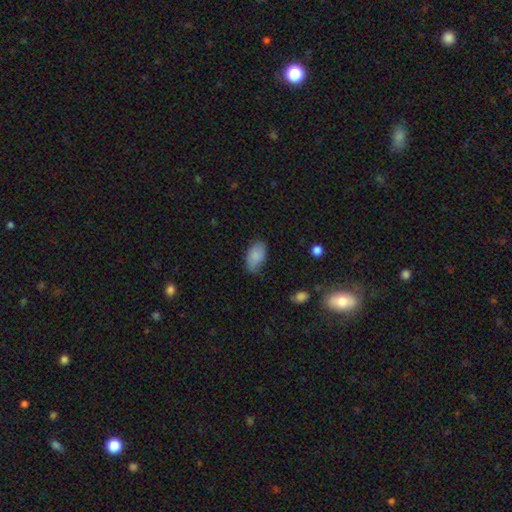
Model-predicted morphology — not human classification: Smooth or featured?
  - smooth: 84% *
  - featured or disk: 8%
  - star or artifact: 8%
How rounded?
  - in between: 94% *
  - round: 5%
  - cigar-shaped: 2%
Merging?
  - none: 57% *
  - minor disturbance: 33%
  - major disturbance: 8%
  - merger: 2%